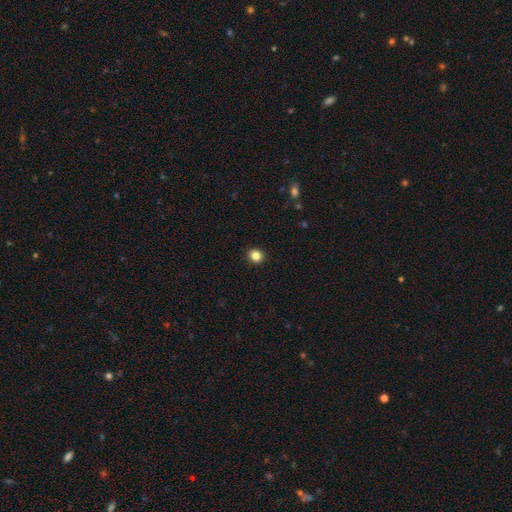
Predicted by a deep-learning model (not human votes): This is clearly a smooth galaxy (85%). How rounded: clearly round (89%). Merging: clearly none (93%).